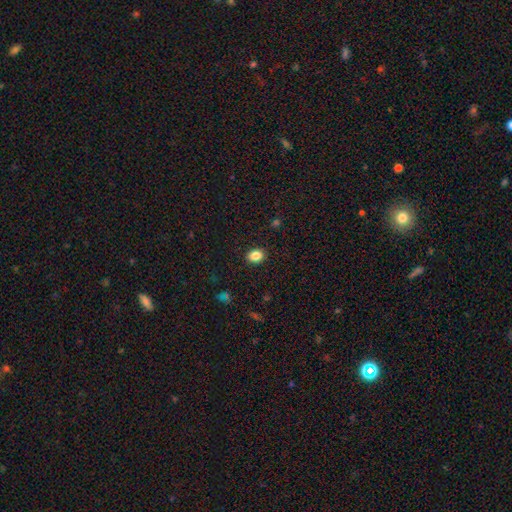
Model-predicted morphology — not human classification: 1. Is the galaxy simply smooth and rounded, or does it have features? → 85% smooth, 10% star or artifact, 5% featured or disk.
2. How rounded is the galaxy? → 53% in between, 46% round, 1% cigar-shaped.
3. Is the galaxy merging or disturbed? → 90% none, 7% minor disturbance, 2% major disturbance, 1% merger.